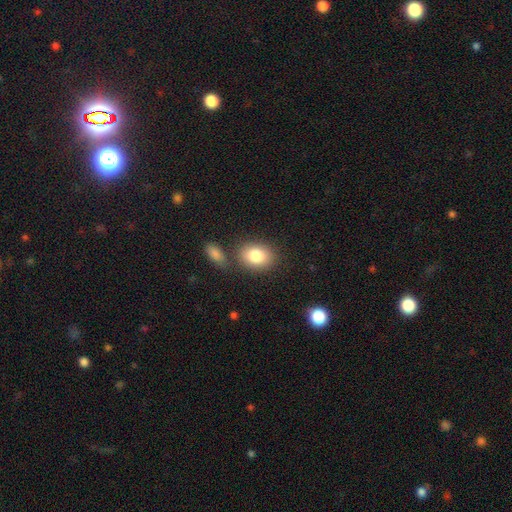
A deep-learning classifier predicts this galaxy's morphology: type=smooth (82%); roundness=in between (67%); merging=none (73%).